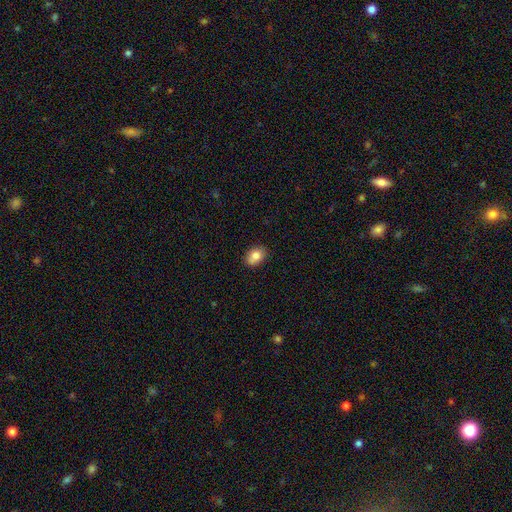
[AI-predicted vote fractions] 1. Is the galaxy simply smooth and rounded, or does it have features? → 82% smooth, 10% featured or disk, 8% star or artifact.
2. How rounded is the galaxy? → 76% in between, 23% round, 1% cigar-shaped.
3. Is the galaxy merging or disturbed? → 85% none, 12% minor disturbance, 2% major disturbance, 2% merger.